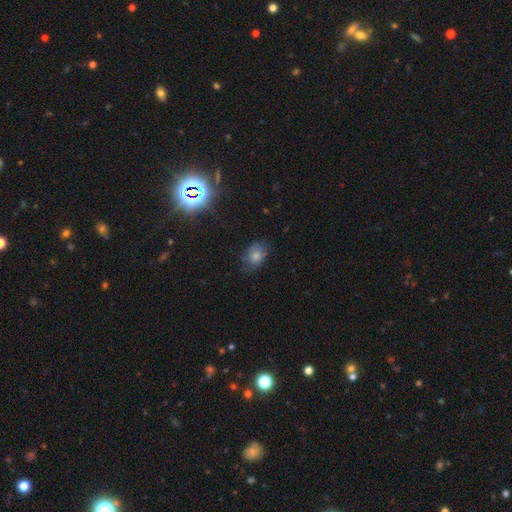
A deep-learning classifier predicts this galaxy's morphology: Smooth or featured: smooth — 52% (star or artifact — 27%)
How rounded: in between — 62% (round — 36%)
Merging: none — 70% (minor disturbance — 22%)